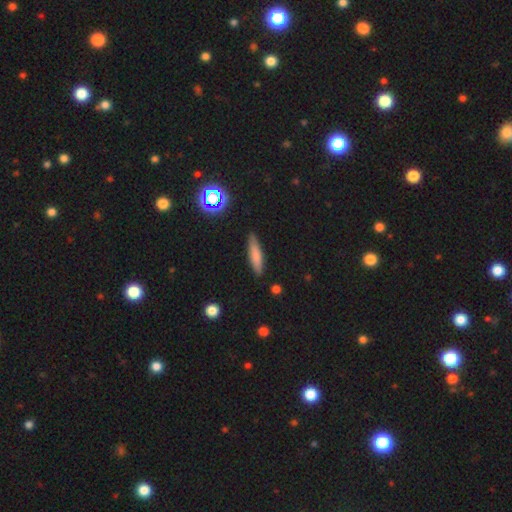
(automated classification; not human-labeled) Smooth or featured? smooth (73%)
How rounded? cigar-shaped (76%)
Merging? none (86%)